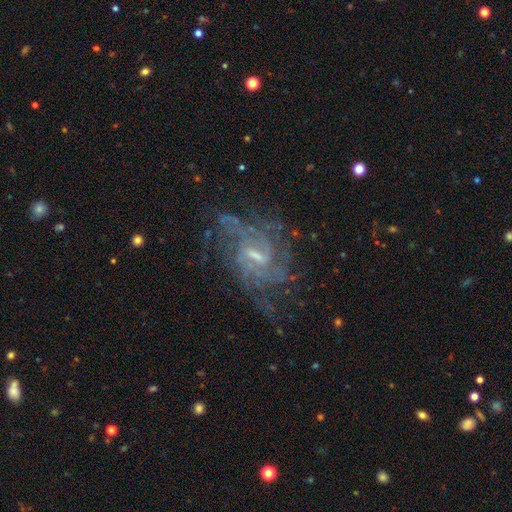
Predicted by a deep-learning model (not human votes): This is clearly a featured or disk galaxy (85%). It is clearly not viewed edge-on (95%). Bar: possibly weak (59%). Spiral arm pattern: clearly yes (92%). Spiral arm count: marginally can't tell (37%). Spiral winding: marginally medium (45%). Central bulge: possibly small (47%). Merging: likely none (60%).